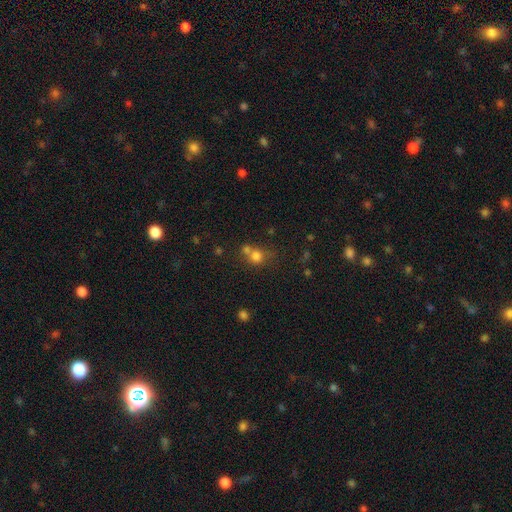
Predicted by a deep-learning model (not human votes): This is likely a smooth galaxy (73%). How rounded: clearly round (81%). Merging: marginally none (45%).